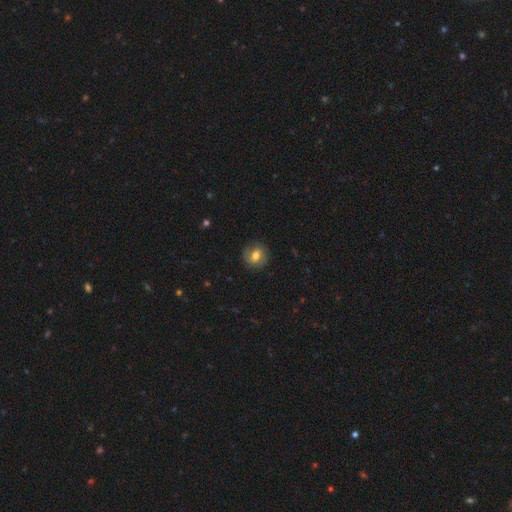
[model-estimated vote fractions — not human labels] smooth-or-featured: smooth: 61% | featured or disk: 29% | star or artifact: 10%
  how-rounded: round: 73% | in between: 25% | cigar-shaped: 1%
  merging: none: 83% | minor disturbance: 12% | major disturbance: 4% | merger: 1%